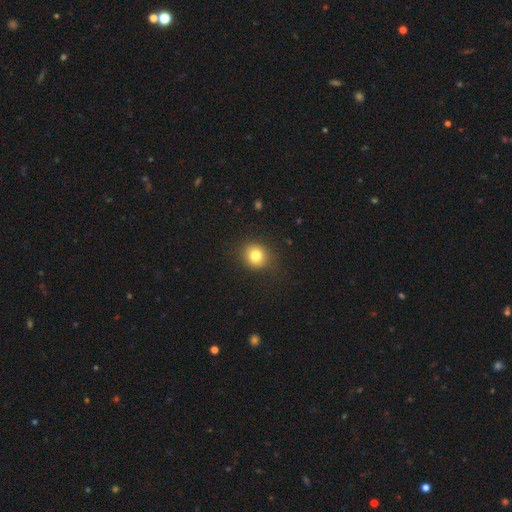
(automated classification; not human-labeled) A smooth galaxy with no disk features (81%) that is round (81%). Merging: none (87%).